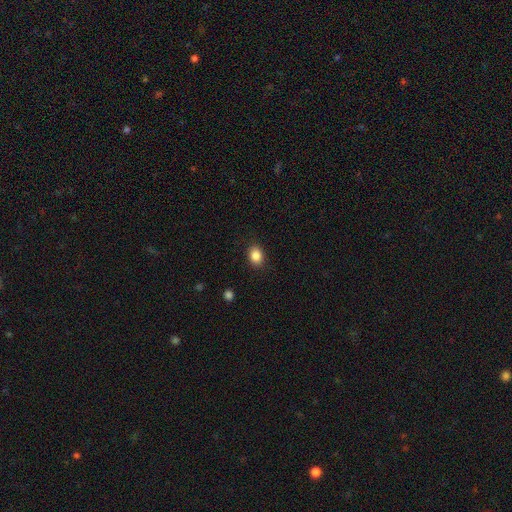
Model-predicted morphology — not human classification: Overall: smooth (87%). How rounded: in between (58%; round 41%). Merging: none (88%).